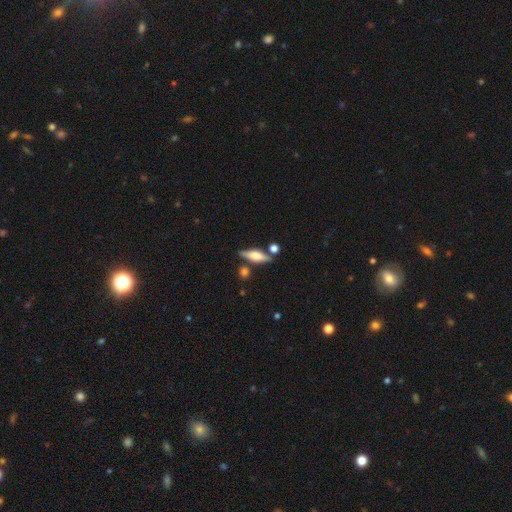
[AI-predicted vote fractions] featured or disk 55%, smooth 38%, star or artifact 7%. Down the decision tree: edge-on disk — yes (94%); edge-on bulge — rounded (81%); merging — none (78%).